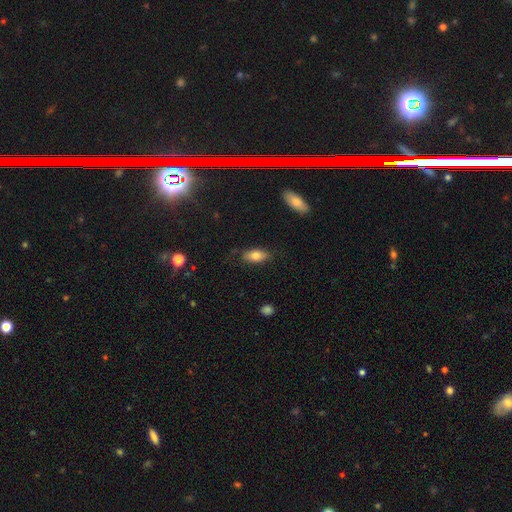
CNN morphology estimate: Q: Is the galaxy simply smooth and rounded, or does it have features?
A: smooth — 76%.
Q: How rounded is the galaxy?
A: in between — 87%.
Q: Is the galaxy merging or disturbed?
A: none — 79%.